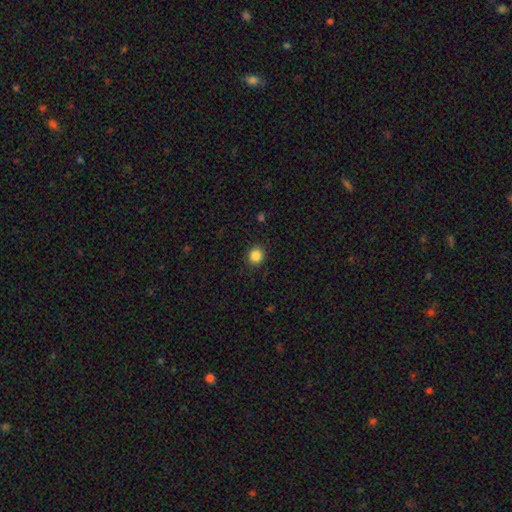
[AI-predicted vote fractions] Smooth or featured: smooth — 86% (star or artifact — 11%)
How rounded: round — 86% (in between — 14%)
Merging: none — 89% (minor disturbance — 7%)